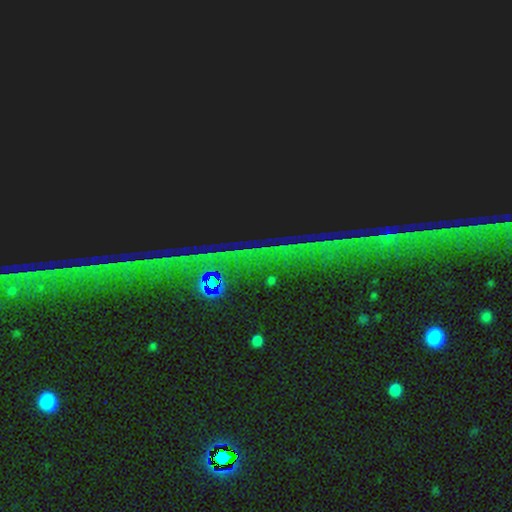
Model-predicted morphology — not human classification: Smooth or featured?
  - star or artifact: 87% *
  - featured or disk: 7%
  - smooth: 6%